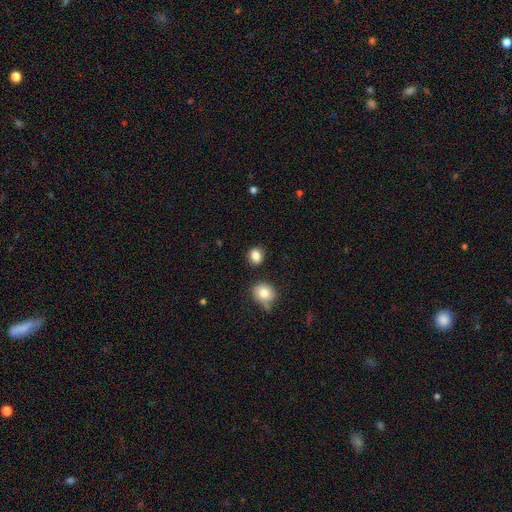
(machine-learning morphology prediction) type=smooth (85%); roundness=round (66%); merging=none (83%).